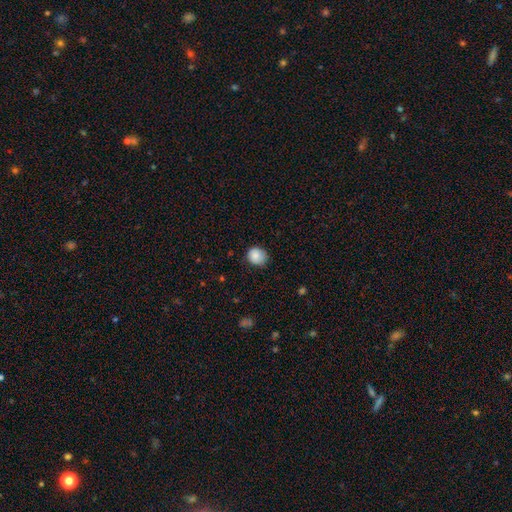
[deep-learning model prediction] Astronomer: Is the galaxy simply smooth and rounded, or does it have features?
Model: smooth — 86%.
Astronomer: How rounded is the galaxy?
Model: round — 76%.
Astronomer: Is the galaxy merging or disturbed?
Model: none — 79%.